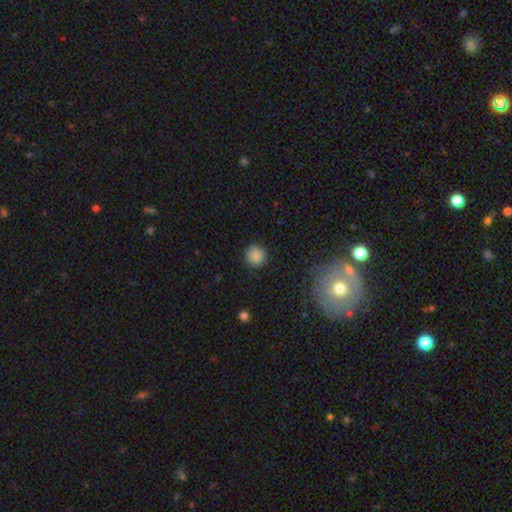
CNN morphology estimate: The model was most divided on "smooth or featured": smooth: 86%, star or artifact: 10%, featured or disk: 4%. More confident: how rounded — round (92%); merging — none (87%).